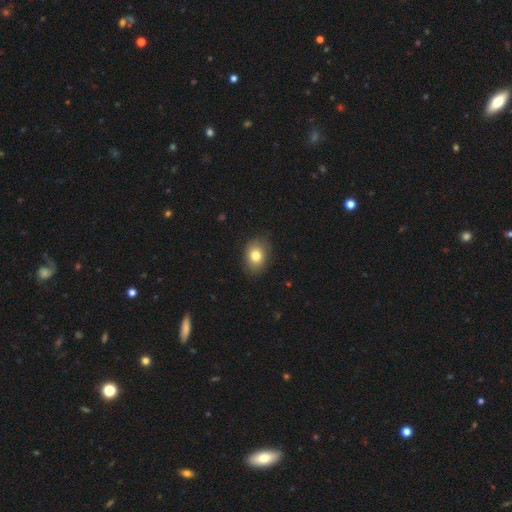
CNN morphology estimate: This is likely a smooth galaxy (80%). How rounded: likely in between (66%). Merging: clearly none (85%).